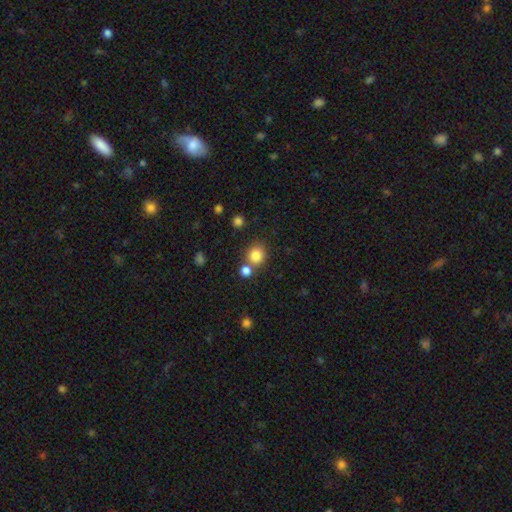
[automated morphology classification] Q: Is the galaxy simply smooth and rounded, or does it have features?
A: smooth — 83%.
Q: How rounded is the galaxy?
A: round — 86%.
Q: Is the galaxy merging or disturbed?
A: none — 66%.